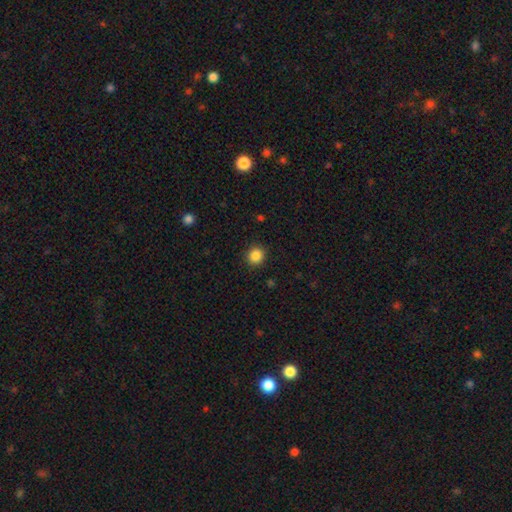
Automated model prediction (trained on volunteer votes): The model was most divided on "smooth or featured": smooth: 85%, star or artifact: 11%, featured or disk: 4%. More confident: merging — none (92%); how rounded — round (91%).